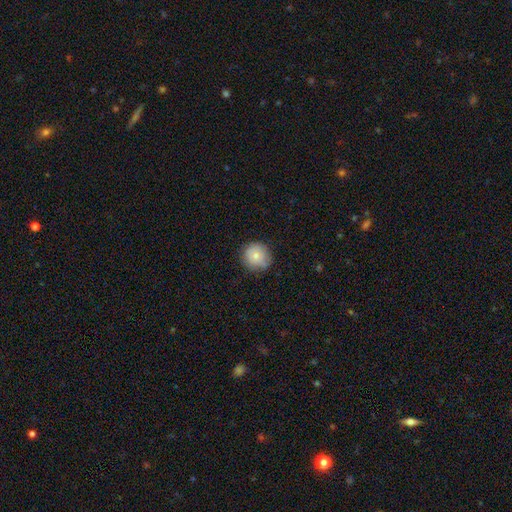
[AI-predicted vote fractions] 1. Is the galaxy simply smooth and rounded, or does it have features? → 71% smooth, 21% featured or disk, 9% star or artifact.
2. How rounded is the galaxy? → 92% round, 7% in between, 1% cigar-shaped.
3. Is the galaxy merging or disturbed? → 77% none, 18% minor disturbance, 4% major disturbance, 1% merger.